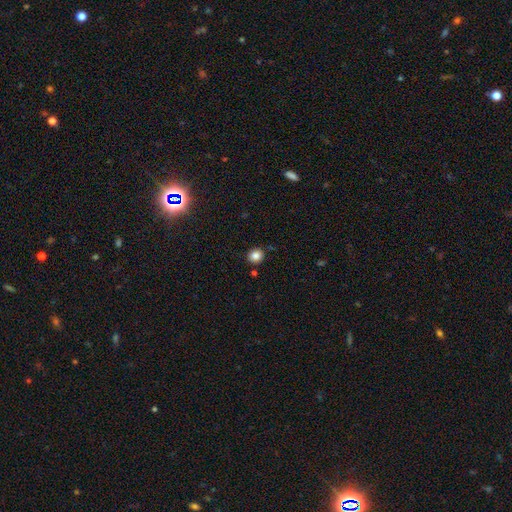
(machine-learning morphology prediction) The model was most divided on "smooth or featured": smooth: 84%, star or artifact: 11%, featured or disk: 5%. More confident: merging — none (87%); how rounded — round (86%).